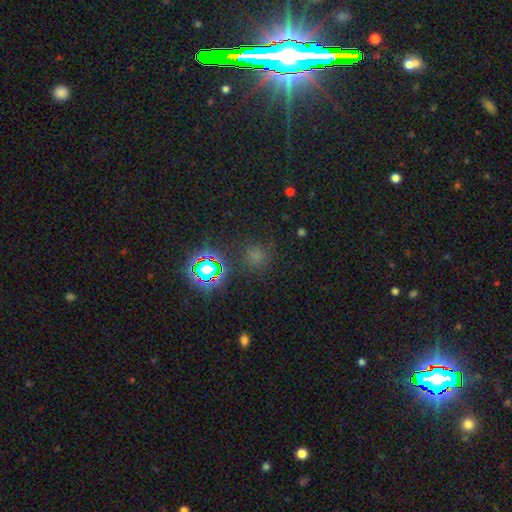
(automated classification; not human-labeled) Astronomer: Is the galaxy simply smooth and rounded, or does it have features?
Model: smooth — 55% (runner-up: star or artifact, 38%).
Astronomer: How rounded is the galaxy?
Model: round — 89%.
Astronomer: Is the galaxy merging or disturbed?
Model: none — 80%.